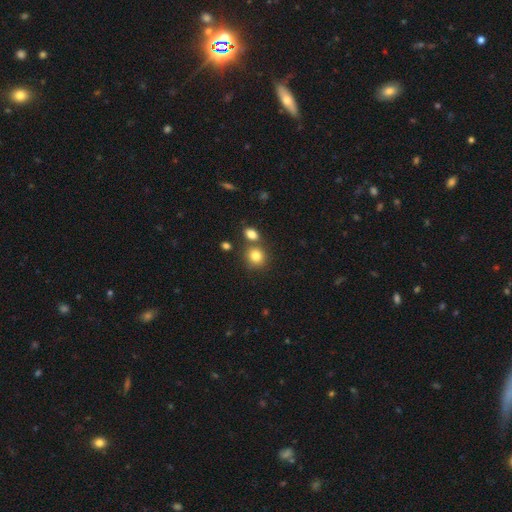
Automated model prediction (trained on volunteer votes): This is clearly a smooth galaxy (82%). How rounded: likely round (78%). Merging: likely none (62%).